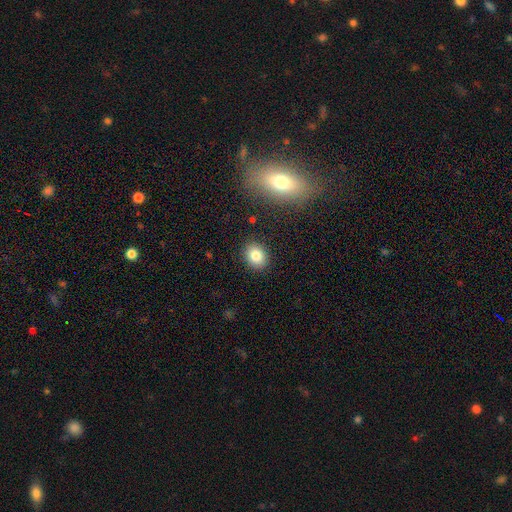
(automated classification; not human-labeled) The model was most divided on "how rounded": in between: 50%, round: 49%, cigar-shaped: 1%. More confident: merging — none (89%); smooth or featured — smooth (82%).